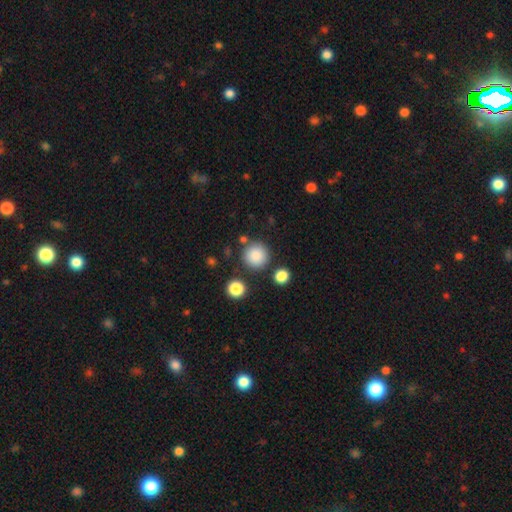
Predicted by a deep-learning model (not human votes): Smooth or featured? smooth (86%)
How rounded? round (94%)
Merging? none (83%)